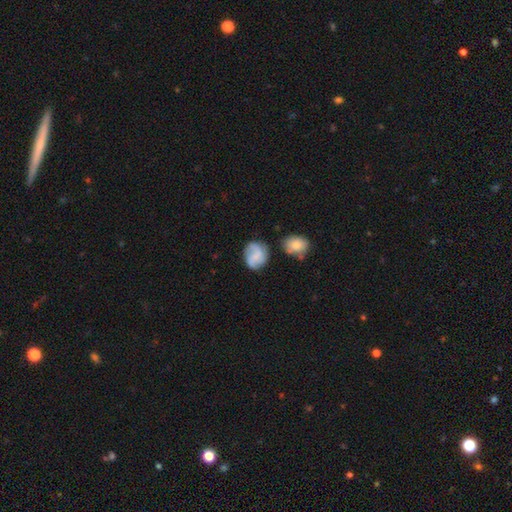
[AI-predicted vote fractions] A featured or disk galaxy (50%).

Vote fractions:
- Smooth or featured? featured or disk: 50% / smooth: 42% / star or artifact: 8%
- Edge-on disk? no: 97% / yes: 3%
- Merging? none: 66% / minor disturbance: 20% / major disturbance: 8% / merger: 6%